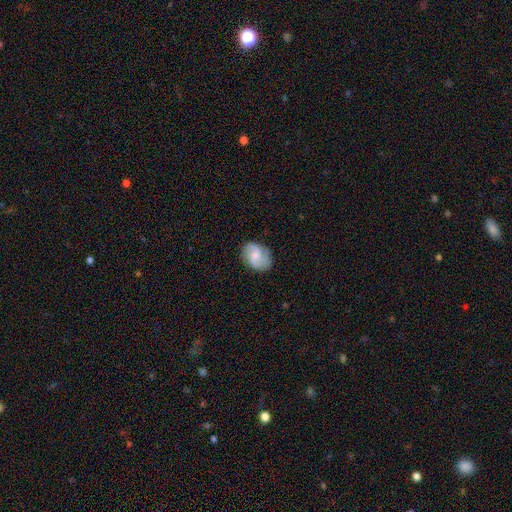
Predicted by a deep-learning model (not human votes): featured or disk 59%, smooth 34%, star or artifact 7%. Down the decision tree: edge-on disk — no (97%); bar — no (51%); spiral arms — yes (92%); spiral arm count — 2 (80%); spiral winding — medium (43%); bulge size — small (43%); merging — none (80%).